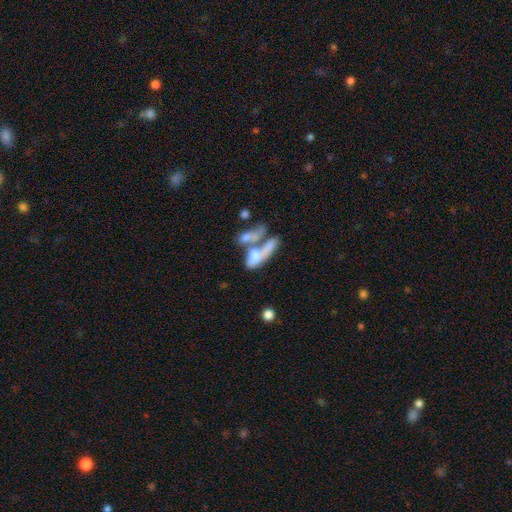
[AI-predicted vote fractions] Smooth or featured? Predicted: smooth (p=0.50). How rounded? Predicted: in between (p=0.68). Merging? Predicted: merger (p=0.62).